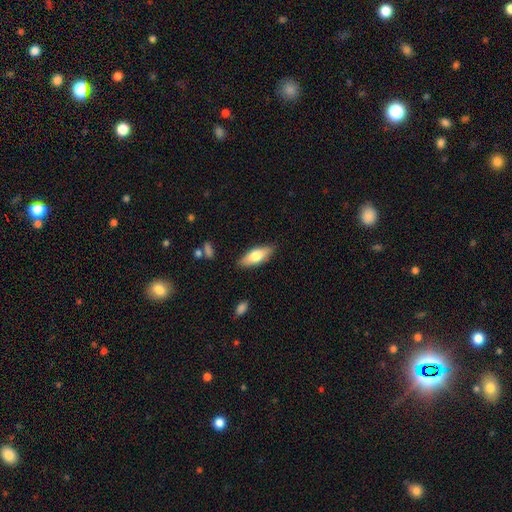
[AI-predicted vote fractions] smooth 68%, featured or disk 26%, star or artifact 6%. Down the decision tree: how rounded — in between (68%); merging — none (85%).